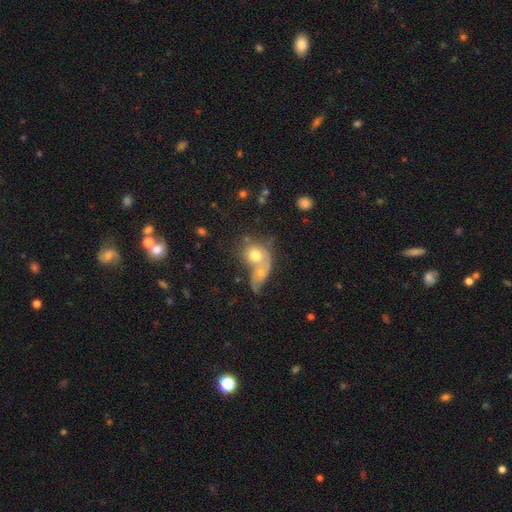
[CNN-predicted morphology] This appears to be a smooth galaxy with no disk features (61%) that is round (55%). Merging: merger (65%).